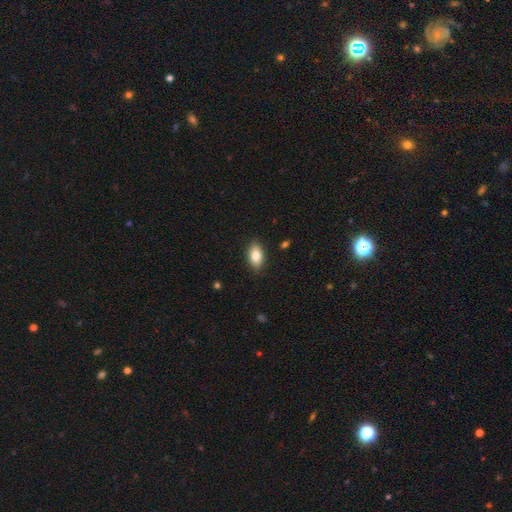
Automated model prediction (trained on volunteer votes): Q: Smooth or featured?
A: smooth (80%); runner-up: featured or disk (13%)
Q: How rounded?
A: in between (90%); runner-up: round (5%)
Q: Merging?
A: none (88%); runner-up: minor disturbance (9%)